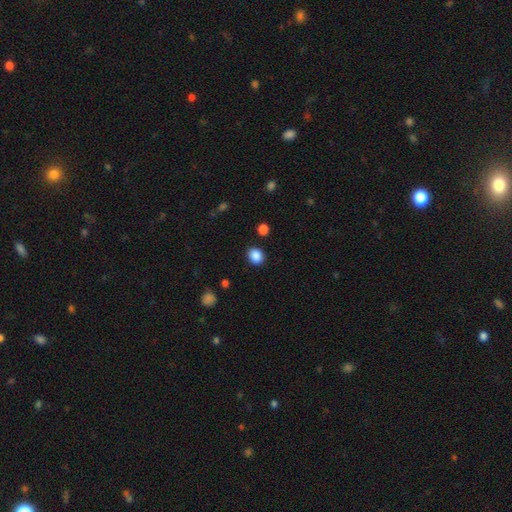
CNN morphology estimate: A smooth galaxy with no disk features (87%) that is round (67%). Merging: none (88%).